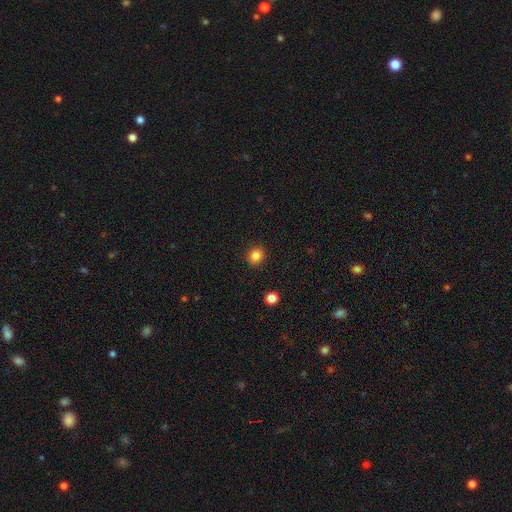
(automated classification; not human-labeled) Morphology: type=smooth (85%); roundness=round (72%); merging=none (90%).